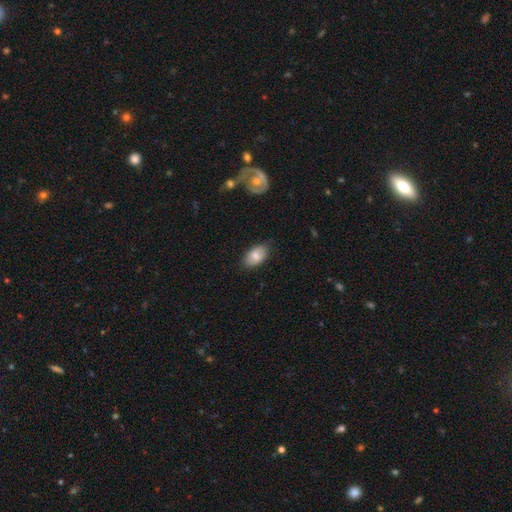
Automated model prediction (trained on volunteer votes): smooth_or_featured: smooth (p=0.78) [alt: featured or disk p=0.15]
how_rounded: in between (p=0.93) [alt: round p=0.06]
merging: none (p=0.80) [alt: minor disturbance p=0.16]